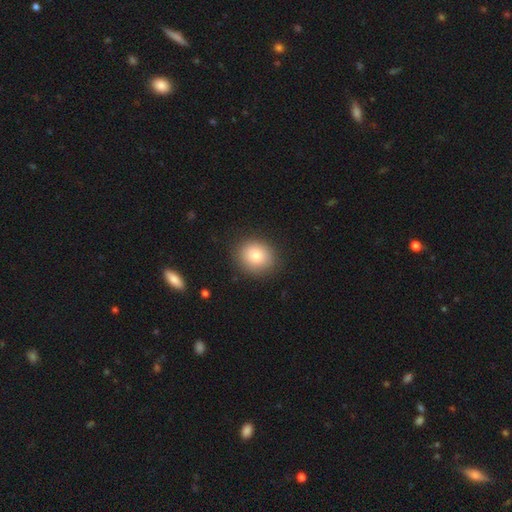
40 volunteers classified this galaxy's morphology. Q: Smooth or featured?
A: smooth (88%); runner-up: star or artifact (10%)
Q: How rounded?
A: round (86%); runner-up: in between (14%)
Q: Merging?
A: none (86%); runner-up: minor disturbance (8%)